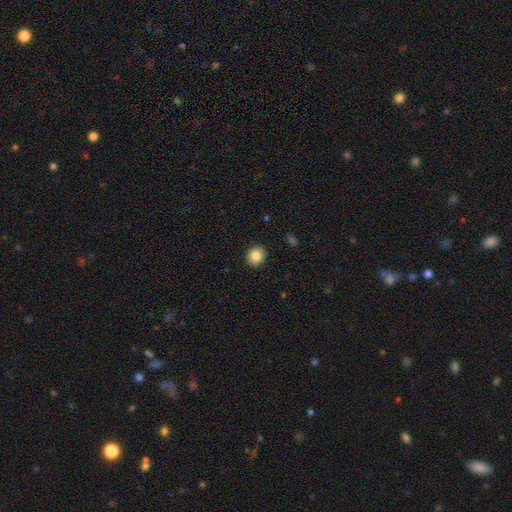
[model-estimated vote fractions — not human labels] Morphology: type=smooth (85%); roundness=round (77%); merging=none (91%).